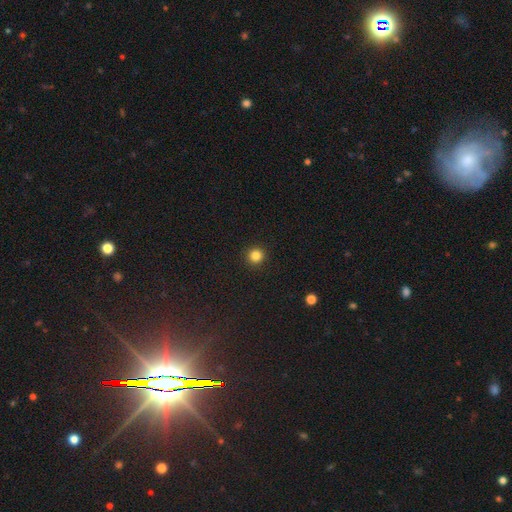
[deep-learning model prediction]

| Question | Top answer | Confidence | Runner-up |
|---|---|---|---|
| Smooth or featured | smooth | 84% | star or artifact (12%) |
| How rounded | round | 96% | in between (3%) |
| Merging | none | 93% | minor disturbance (4%) |